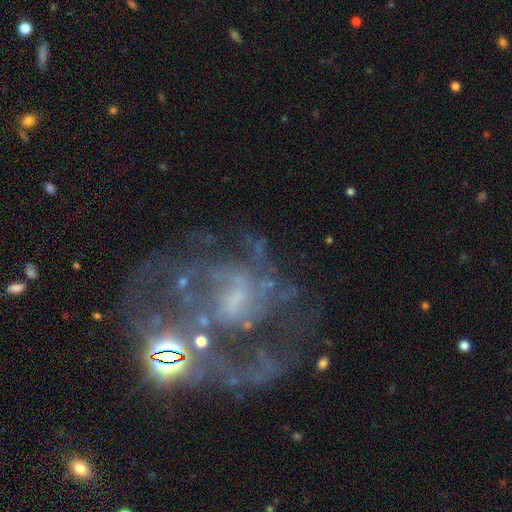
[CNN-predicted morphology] Q: Smooth or featured?
A: featured or disk (73%); runner-up: star or artifact (17%)
Q: Edge-on disk?
A: no (97%); runner-up: yes (3%)
Q: Bar?
A: no (46%); runner-up: weak (40%)
Q: Spiral arms?
A: yes (73%); runner-up: no (27%)
Q: Spiral winding?
A: medium (43%); runner-up: loose (34%)
Q: Spiral arm count?
A: can't tell (38%); runner-up: 2 (30%)
Q: Bulge size?
A: small (38%); runner-up: none (37%)
Q: Merging?
A: none (40%); runner-up: major disturbance (34%)